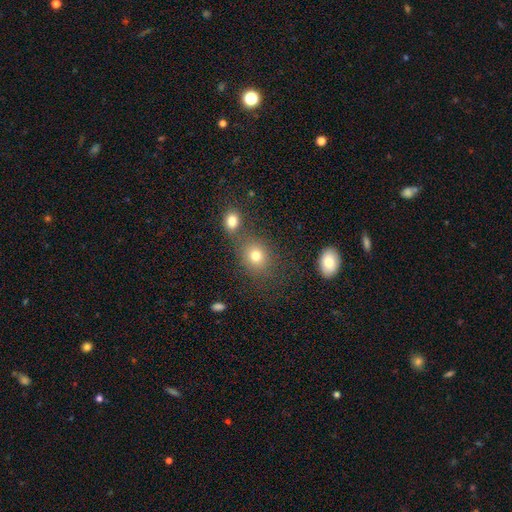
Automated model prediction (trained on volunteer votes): This is likely a smooth galaxy (77%). How rounded: likely round (61%). Merging: likely none (64%).